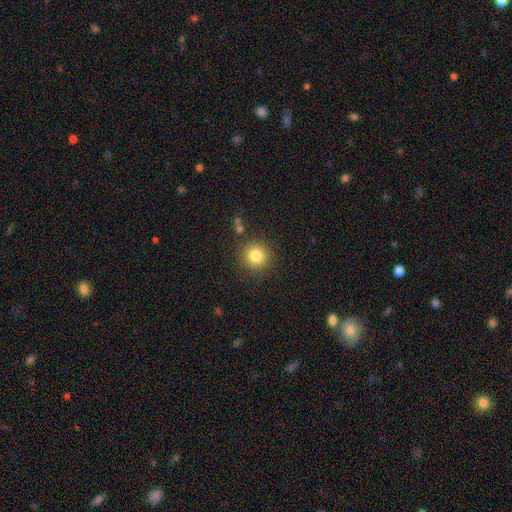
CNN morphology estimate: Q: Smooth or featured?
A: smooth (82%); runner-up: star or artifact (11%)
Q: How rounded?
A: round (93%); runner-up: in between (6%)
Q: Merging?
A: none (86%); runner-up: minor disturbance (8%)